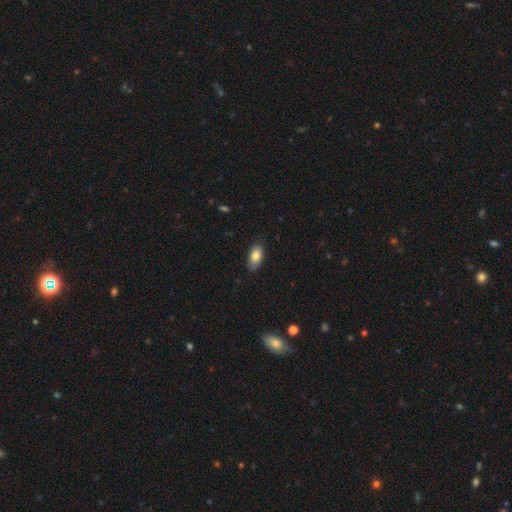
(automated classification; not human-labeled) This appears to be a smooth galaxy with no disk features (81%) that is in between round and cigar-shaped (92%). Merging: none (82%).